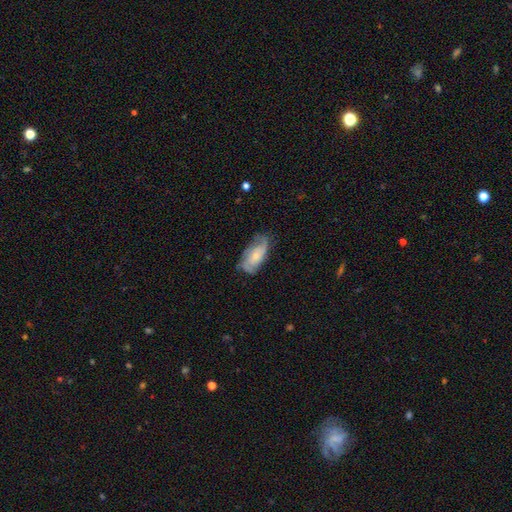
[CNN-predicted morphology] A featured or disk galaxy (66%) with no bar (68%), 2 (50%) medium (43%) spiral arms (90%) and a small central bulge (56%).

Vote fractions:
- Smooth or featured? featured or disk: 66% / smooth: 27% / star or artifact: 6%
- Edge-on disk? no: 94% / yes: 6%
- Bar? no: 68% / weak: 26% / strong: 6%
- Spiral arms? yes: 90% / no: 10%
- Spiral winding? medium: 43% / tight: 33% / loose: 23%
- Spiral arm count? 2: 50% / can't tell: 23% / 3: 16% / 1: 4% / 4: 4% / more than 4: 3%
- Bulge size? small: 56% / moderate: 34% / none: 6% / large: 3% / dominant: 1%
- Merging? none: 64% / minor disturbance: 25% / major disturbance: 10% / merger: 2%